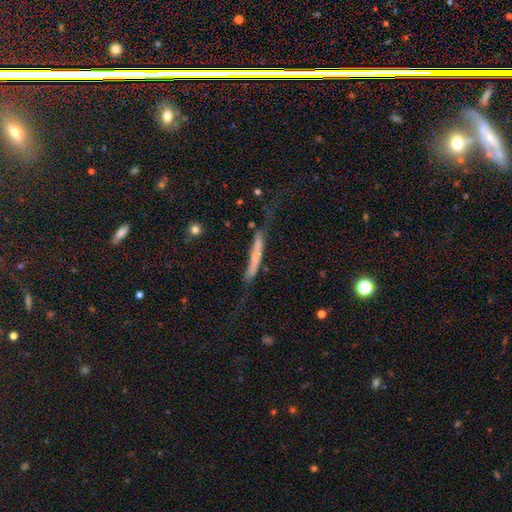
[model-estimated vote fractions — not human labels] smooth 48%, featured or disk 42%, star or artifact 10%. Down the decision tree: merging — none (45%).